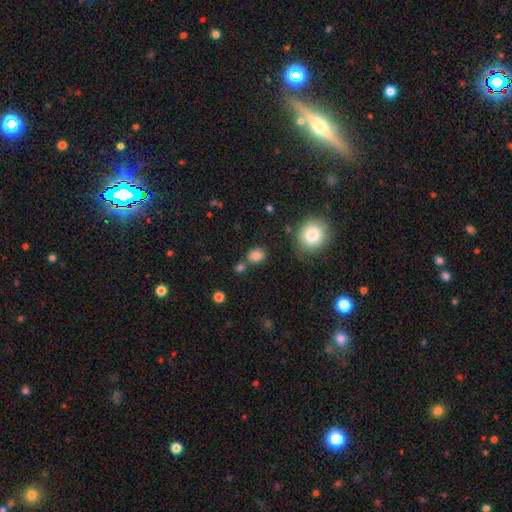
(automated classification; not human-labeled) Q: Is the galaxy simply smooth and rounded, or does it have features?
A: smooth — 83%.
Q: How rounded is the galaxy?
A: round — 52%.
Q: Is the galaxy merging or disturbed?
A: none — 72%.